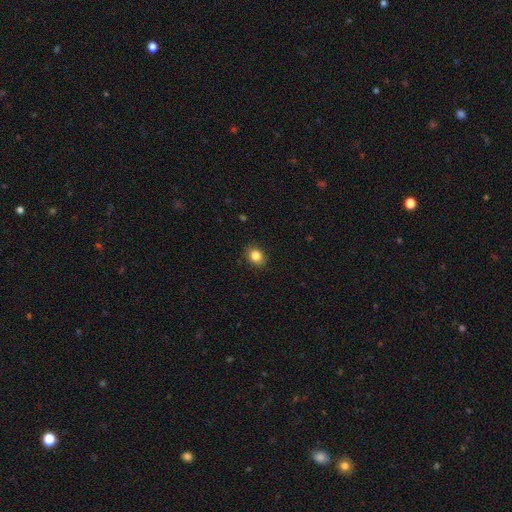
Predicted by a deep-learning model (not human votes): smooth 84%, star or artifact 10%, featured or disk 6%. Down the decision tree: how rounded — round (56%); merging — none (86%).